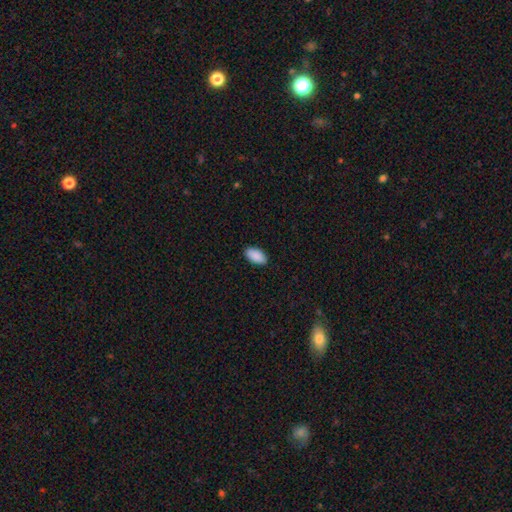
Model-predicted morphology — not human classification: Smooth or featured?
  - smooth: 91% *
  - star or artifact: 6%
  - featured or disk: 3%
How rounded?
  - in between: 95% *
  - round: 2%
  - cigar-shaped: 2%
Merging?
  - none: 90% *
  - minor disturbance: 7%
  - major disturbance: 2%
  - merger: 1%